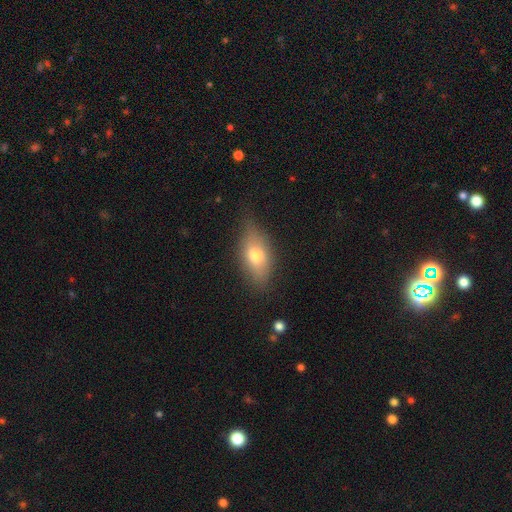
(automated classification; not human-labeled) This is likely a smooth galaxy (68%). How rounded: clearly in between (83%). Merging: likely none (72%).